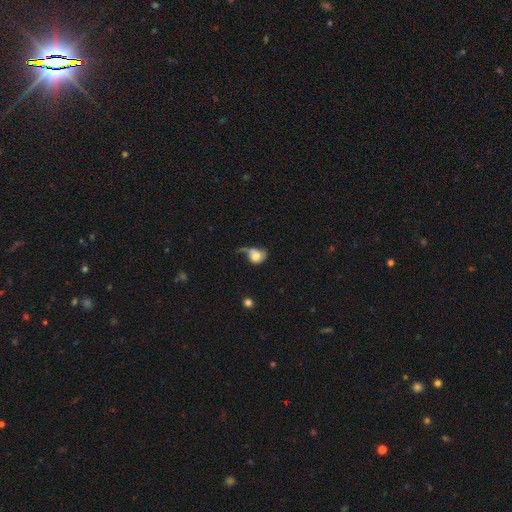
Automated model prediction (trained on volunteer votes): Smooth or featured? smooth (64%)
How rounded? round (58%)
Merging? major disturbance (36%)